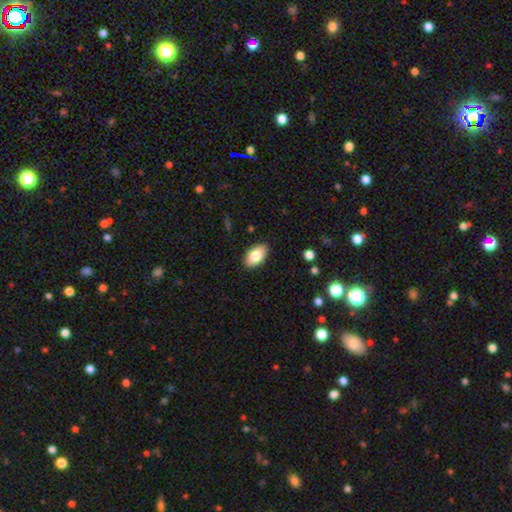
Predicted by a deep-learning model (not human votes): Smooth or featured? smooth (81%)
How rounded? in between (93%)
Merging? none (88%)